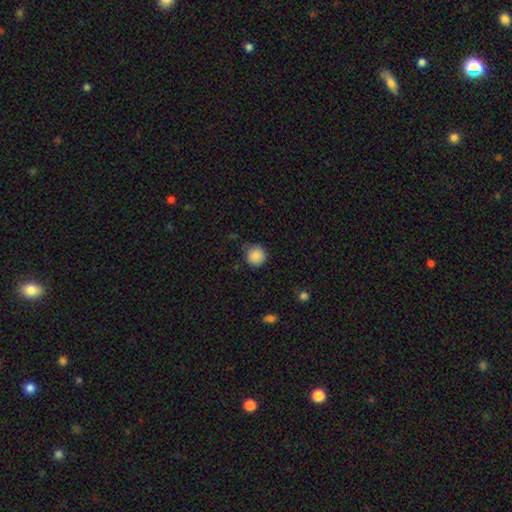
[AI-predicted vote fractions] smooth 87%, star or artifact 9%, featured or disk 4%. Down the decision tree: how rounded — round (93%); merging — none (81%).